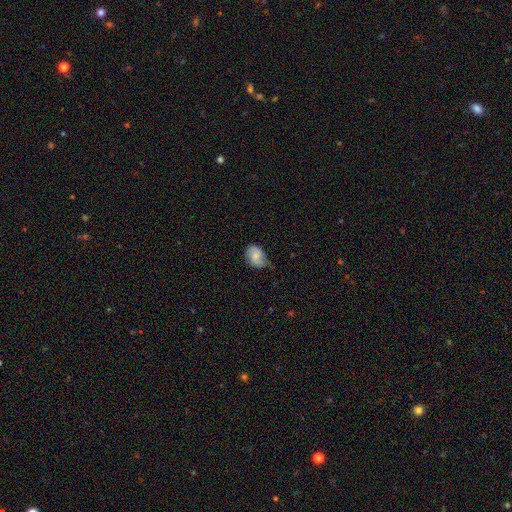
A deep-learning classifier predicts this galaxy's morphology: Smooth or featured? smooth (67%)
How rounded? in between (68%)
Merging? none (53%)